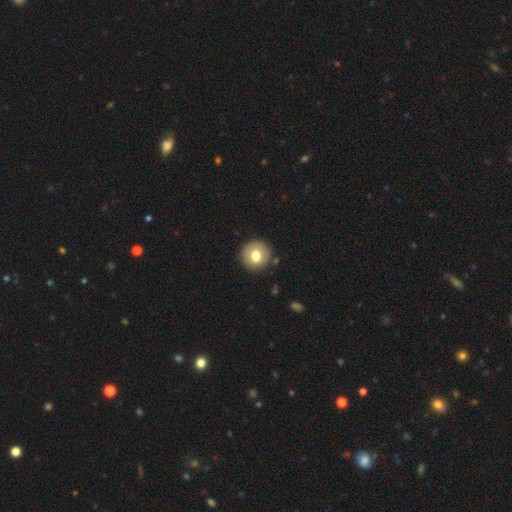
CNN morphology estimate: Q: Smooth or featured?
A: smooth (74%); runner-up: featured or disk (17%)
Q: How rounded?
A: round (94%); runner-up: in between (5%)
Q: Merging?
A: none (89%); runner-up: minor disturbance (7%)